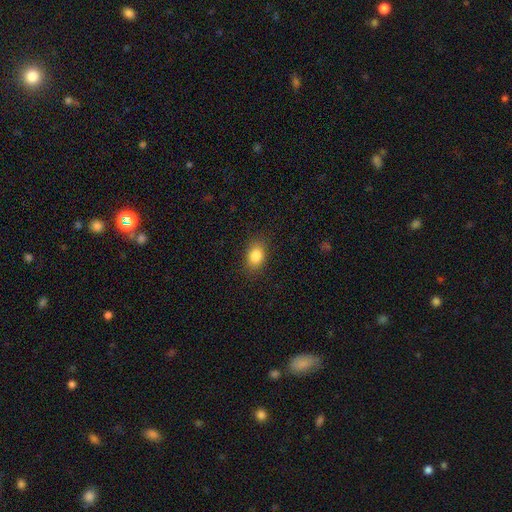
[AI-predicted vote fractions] This is clearly a smooth galaxy (85%). How rounded: likely in between (73%). Merging: clearly none (86%).